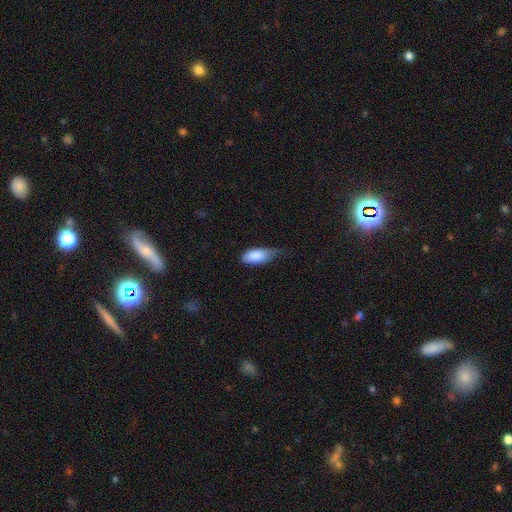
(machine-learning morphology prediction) type=smooth (86%); roundness=in between (89%); merging=minor disturbance (50%).